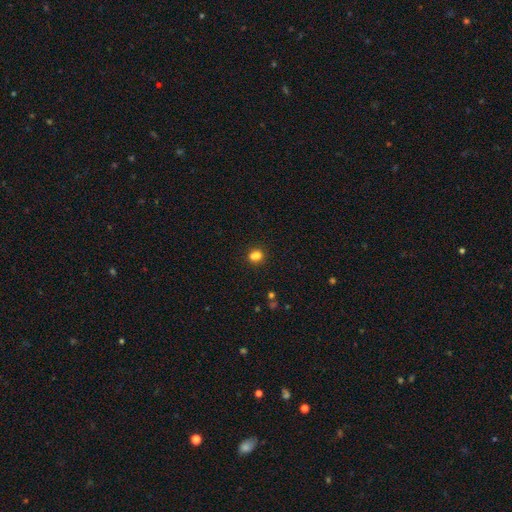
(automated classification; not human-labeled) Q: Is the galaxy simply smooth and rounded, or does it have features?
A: smooth — 78%.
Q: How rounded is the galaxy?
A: round — 61%.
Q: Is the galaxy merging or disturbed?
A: none — 62%.